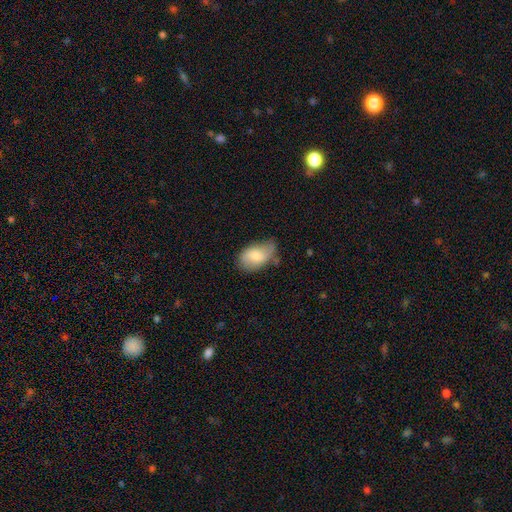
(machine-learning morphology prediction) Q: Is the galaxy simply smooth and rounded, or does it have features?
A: smooth — 69%.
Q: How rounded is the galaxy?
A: in between — 91%.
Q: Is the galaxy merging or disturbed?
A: none — 53%.